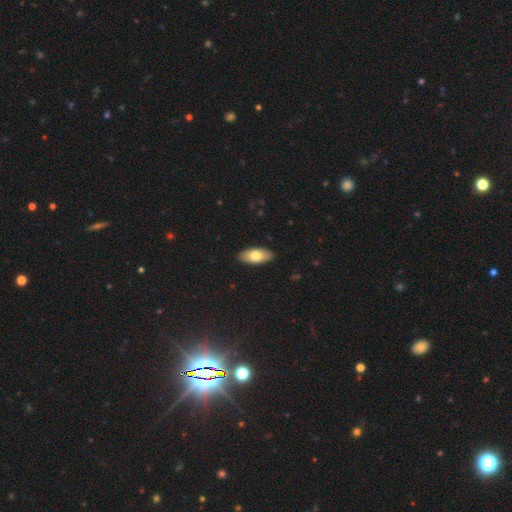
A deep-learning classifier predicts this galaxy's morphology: smooth_or_featured: smooth (p=0.76) [alt: featured or disk p=0.18]
how_rounded: in between (p=0.90) [alt: cigar-shaped p=0.08]
merging: none (p=0.89) [alt: minor disturbance p=0.08]